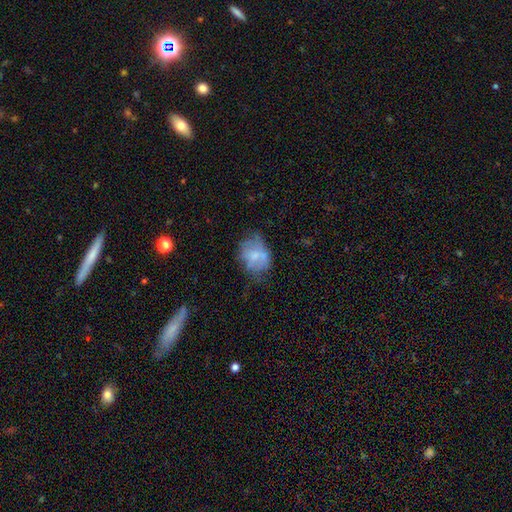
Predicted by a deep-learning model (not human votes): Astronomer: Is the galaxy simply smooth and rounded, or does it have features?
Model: smooth — 56% (runner-up: featured or disk, 35%).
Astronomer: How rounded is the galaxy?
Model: in between — 60% (runner-up: round, 39%).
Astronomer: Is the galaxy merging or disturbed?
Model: none — 43% (runner-up: minor disturbance, 31%).